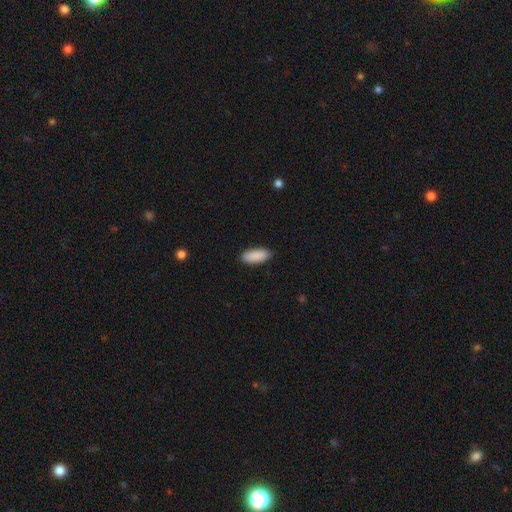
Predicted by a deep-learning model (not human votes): smooth 91%, star or artifact 6%, featured or disk 3%. Down the decision tree: how rounded — in between (84%); merging — none (87%).